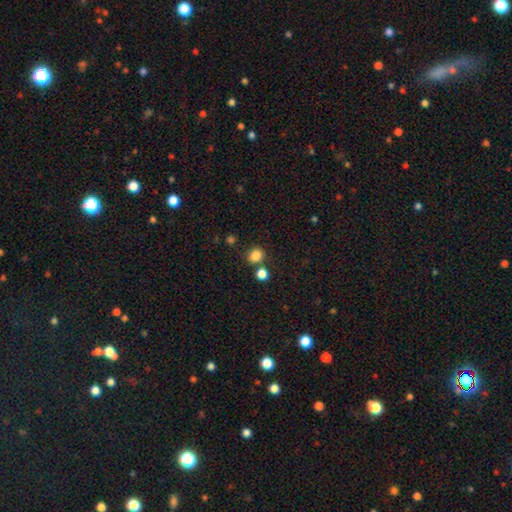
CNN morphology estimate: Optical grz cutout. It shows a smooth galaxy with no disk features (84%) that is round (63%). Merging: none (74%).